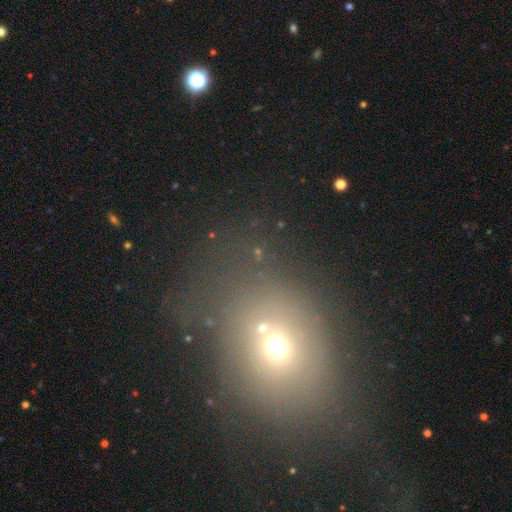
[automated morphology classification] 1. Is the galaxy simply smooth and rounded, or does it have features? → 50% smooth, 35% star or artifact, 15% featured or disk.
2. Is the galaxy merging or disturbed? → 56% none, 19% merger, 14% minor disturbance, 11% major disturbance.